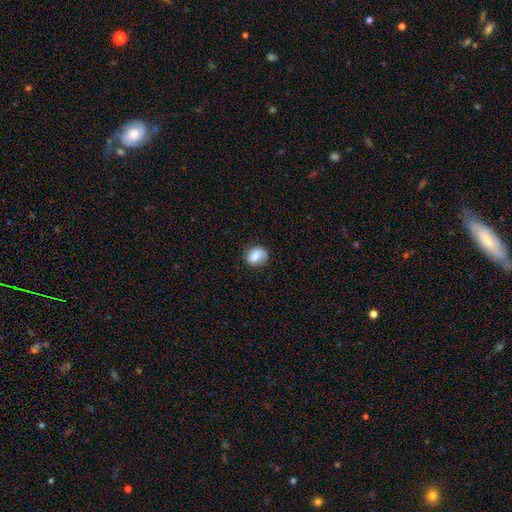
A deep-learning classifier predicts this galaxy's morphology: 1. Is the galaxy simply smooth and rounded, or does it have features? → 74% smooth, 18% featured or disk, 8% star or artifact.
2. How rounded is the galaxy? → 55% round, 44% in between, 1% cigar-shaped.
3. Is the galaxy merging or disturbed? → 71% none, 21% minor disturbance, 7% major disturbance, 2% merger.